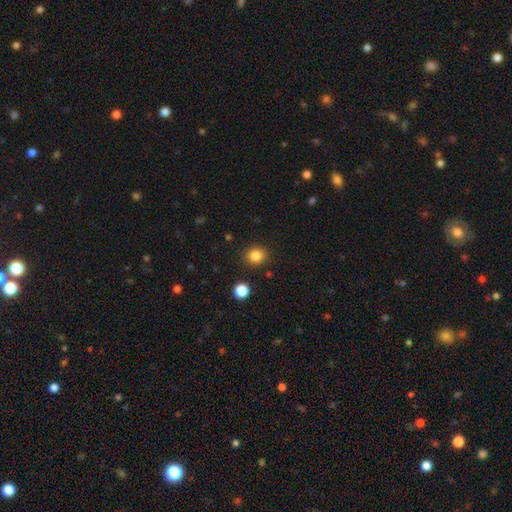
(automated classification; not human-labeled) The model was most divided on "how rounded": round: 77%, in between: 22%, cigar-shaped: 1%. More confident: merging — none (89%); smooth or featured — smooth (85%).